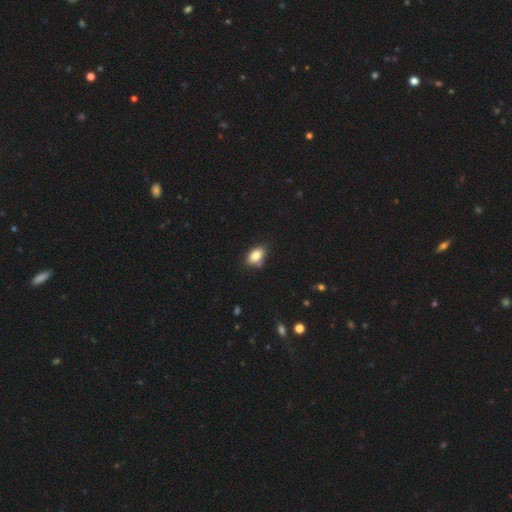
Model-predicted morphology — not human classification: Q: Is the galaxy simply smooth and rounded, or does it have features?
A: smooth — 84%.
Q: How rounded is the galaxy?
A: in between — 89%.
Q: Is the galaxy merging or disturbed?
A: none — 74%.